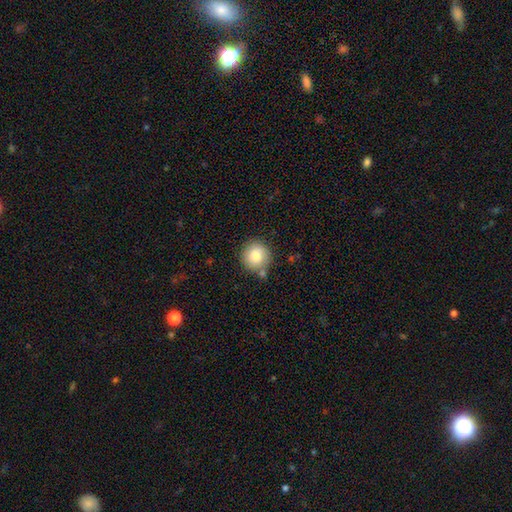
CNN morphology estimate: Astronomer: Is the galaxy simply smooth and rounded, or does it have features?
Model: smooth — 82%.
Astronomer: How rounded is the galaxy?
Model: round — 93%.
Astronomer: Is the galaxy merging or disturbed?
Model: none — 76%.